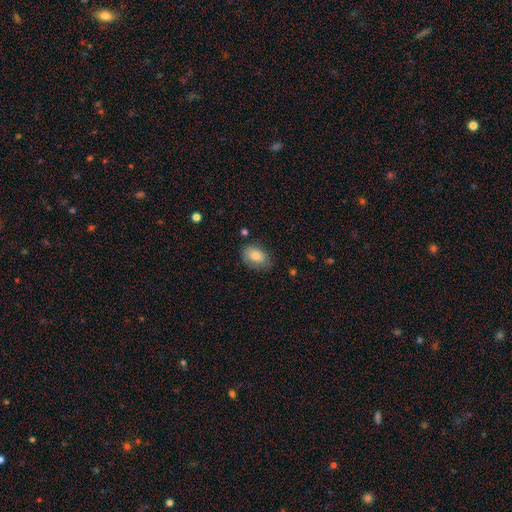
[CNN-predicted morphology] Smooth or featured? smooth (82%)
How rounded? in between (82%)
Merging? none (68%)